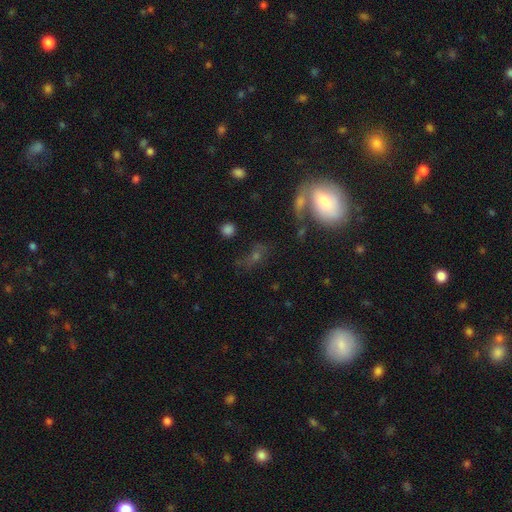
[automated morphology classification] smooth_or_featured: featured or disk (p=0.39) [alt: smooth p=0.38]
merging: none (p=0.52) [alt: merger p=0.17]